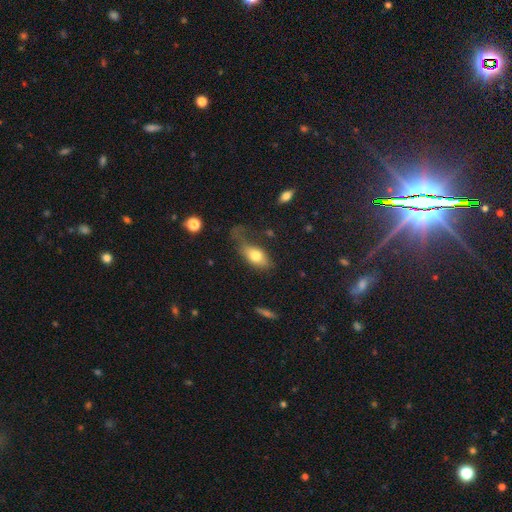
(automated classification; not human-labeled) Smooth or featured? smooth (74%)
How rounded? in between (87%)
Merging? major disturbance (39%)